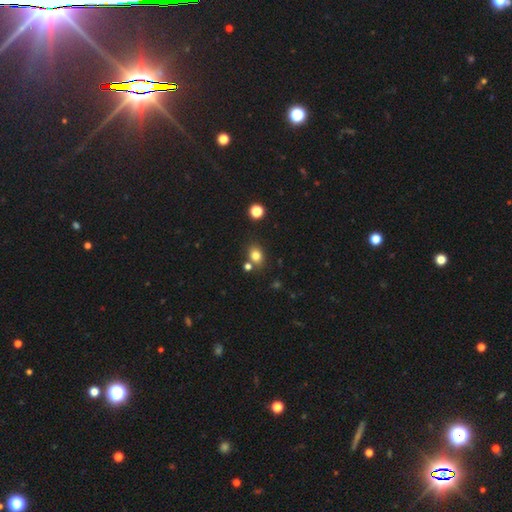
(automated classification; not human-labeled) Smooth or featured? Predicted: smooth (p=0.80). How rounded? Predicted: in between (p=0.51). Merging? Predicted: none (p=0.73).